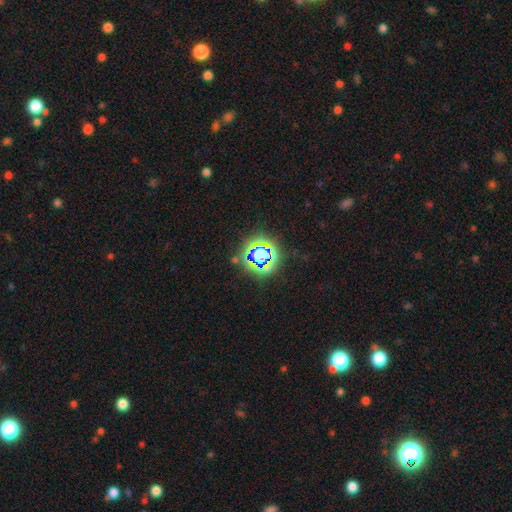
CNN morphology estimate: Smooth or featured? star or artifact (77%)